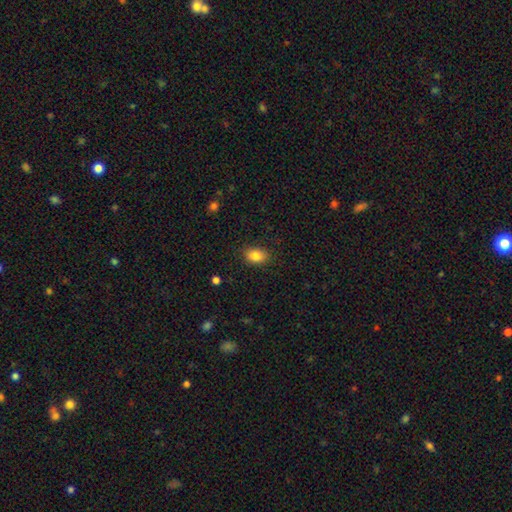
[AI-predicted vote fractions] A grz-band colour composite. It shows a smooth galaxy with no disk features (85%) that is in between round and cigar-shaped (78%). Merging: none (87%).